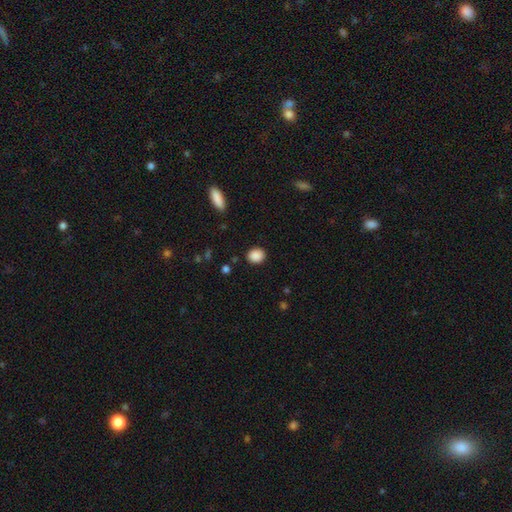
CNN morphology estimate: Q: Smooth or featured?
A: smooth (89%); runner-up: star or artifact (8%)
Q: How rounded?
A: round (64%); runner-up: in between (35%)
Q: Merging?
A: none (88%); runner-up: minor disturbance (8%)